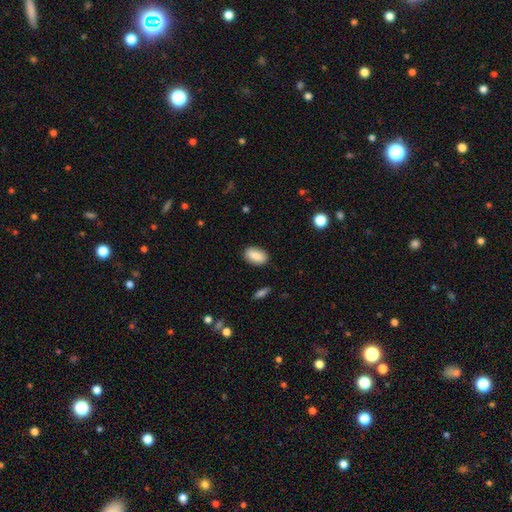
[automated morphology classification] This appears to be a smooth galaxy with no disk features (86%) that is in between round and cigar-shaped (90%). Merging: none (85%).